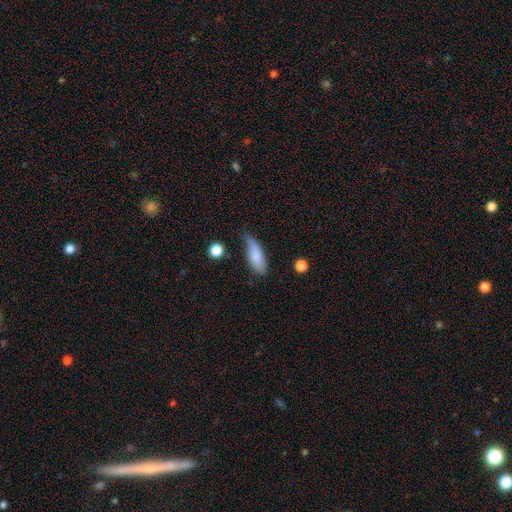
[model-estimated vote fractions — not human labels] Smooth or featured? smooth (76%)
How rounded? in between (69%)
Merging? none (49%)